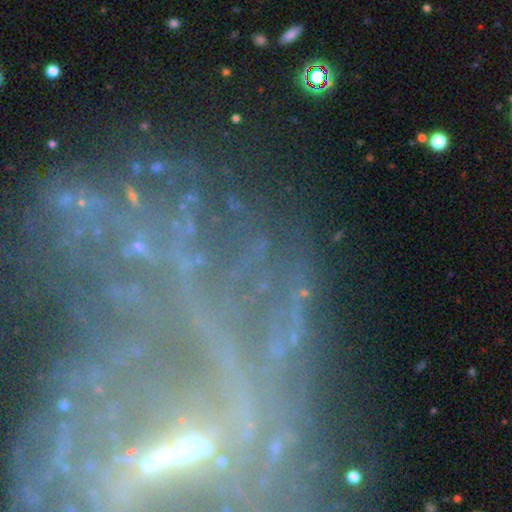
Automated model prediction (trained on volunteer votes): smooth_or_featured: star or artifact (p=0.46) [alt: featured or disk p=0.42]